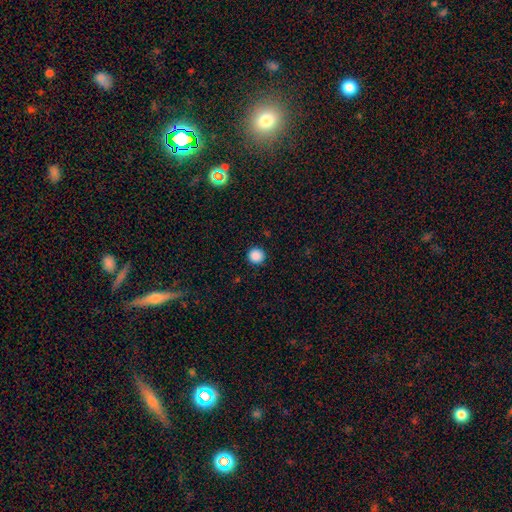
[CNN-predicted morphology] smooth_or_featured: smooth (p=0.88) [alt: star or artifact p=0.10]
how_rounded: round (p=0.95) [alt: in between p=0.04]
merging: none (p=0.92) [alt: minor disturbance p=0.05]